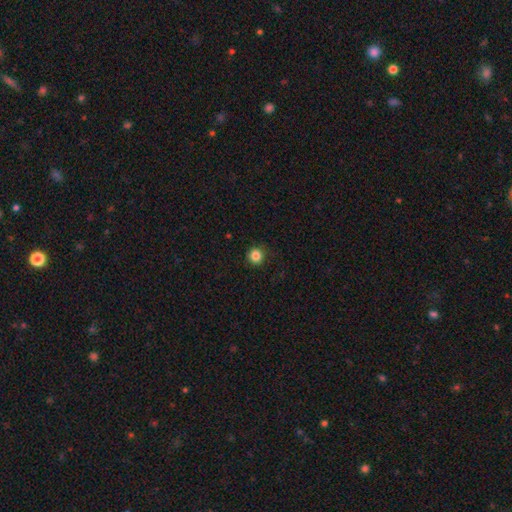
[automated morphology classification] This is clearly a smooth galaxy (84%). How rounded: clearly round (95%). Merging: clearly none (90%).